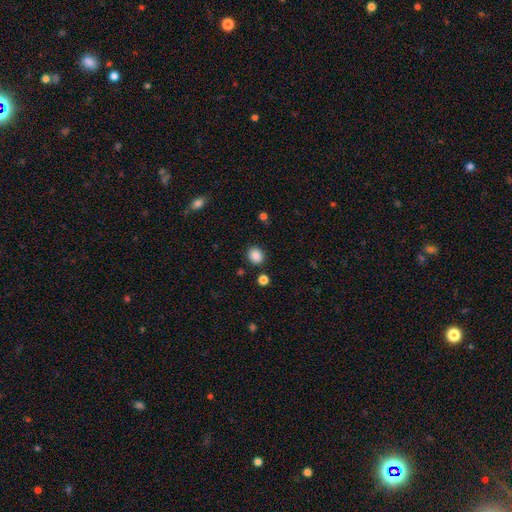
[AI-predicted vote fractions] smooth-or-featured: smooth: 87% | star or artifact: 10% | featured or disk: 3%
  how-rounded: round: 67% | in between: 33% | cigar-shaped: 1%
  merging: none: 86% | minor disturbance: 9% | major disturbance: 3% | merger: 3%